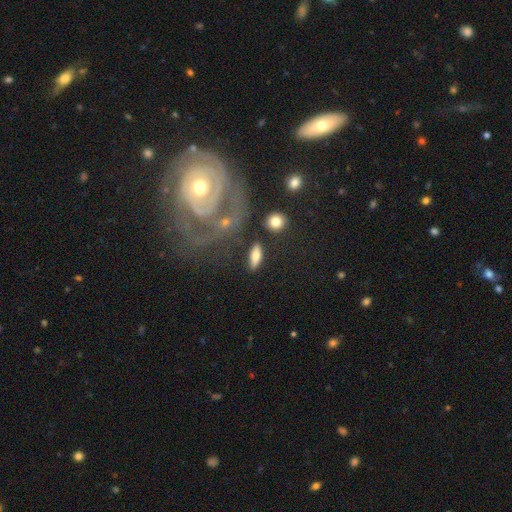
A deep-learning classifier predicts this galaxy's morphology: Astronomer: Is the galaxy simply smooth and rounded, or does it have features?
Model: smooth — 64%.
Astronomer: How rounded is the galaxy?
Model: in between — 58% (runner-up: cigar-shaped, 36%).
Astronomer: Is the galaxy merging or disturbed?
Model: none — 79%.